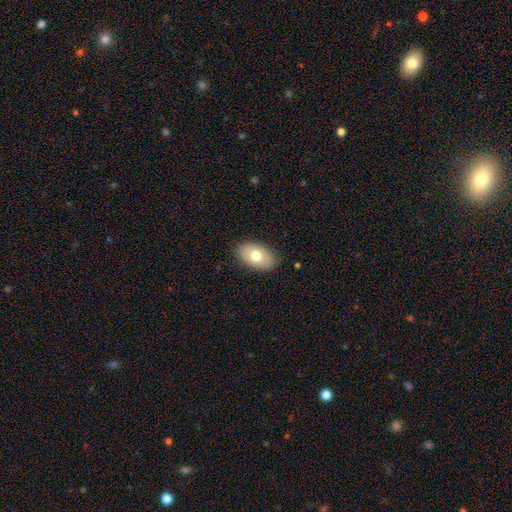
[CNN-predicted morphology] A smooth galaxy with no disk features (71%) that is in between round and cigar-shaped (91%).

Vote fractions:
- Smooth or featured? smooth: 71% / featured or disk: 22% / star or artifact: 7%
- How rounded? in between: 91% / round: 8% / cigar-shaped: 1%
- Merging? none: 85% / minor disturbance: 12% / major disturbance: 3% / merger: 1%